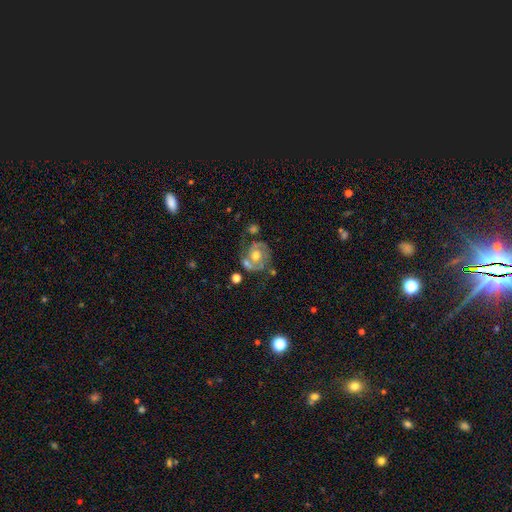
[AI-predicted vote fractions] A featured or disk galaxy (79%) with no bar (67%), 2 (80%) tight (44%) spiral arms (89%) and a moderate central bulge (75%).

Vote fractions:
- Smooth or featured? featured or disk: 79% / smooth: 15% / star or artifact: 6%
- Edge-on disk? no: 98% / yes: 2%
- Bar? no: 67% / weak: 26% / strong: 7%
- Spiral arms? yes: 89% / no: 11%
- Spiral winding? tight: 44% / medium: 43% / loose: 13%
- Spiral arm count? 2: 80% / can't tell: 9% / 1: 6% / 3: 3% / 4: 1% / more than 4: 1%
- Bulge size? moderate: 75% / small: 16% / large: 7% / none: 1% / dominant: 1%
- Merging? none: 55% / minor disturbance: 21% / major disturbance: 13% / merger: 12%